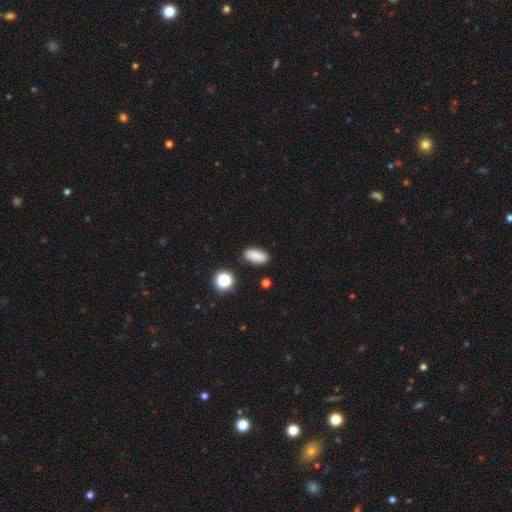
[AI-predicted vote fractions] This is clearly a smooth galaxy (85%). How rounded: clearly in between (85%). Merging: clearly none (85%).